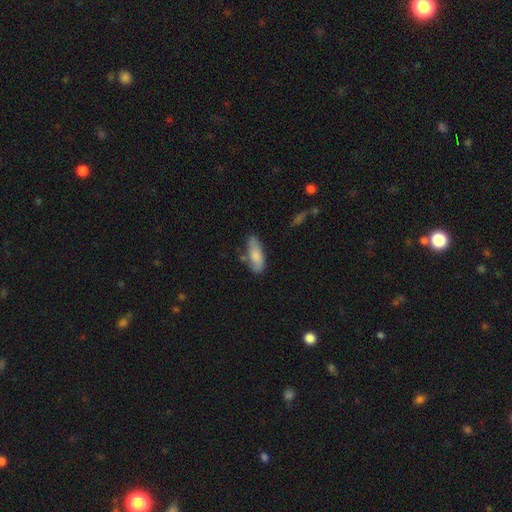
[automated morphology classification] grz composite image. It shows a smooth galaxy with no disk features (77%) that is in between round and cigar-shaped (74%). Merging: none (61%).